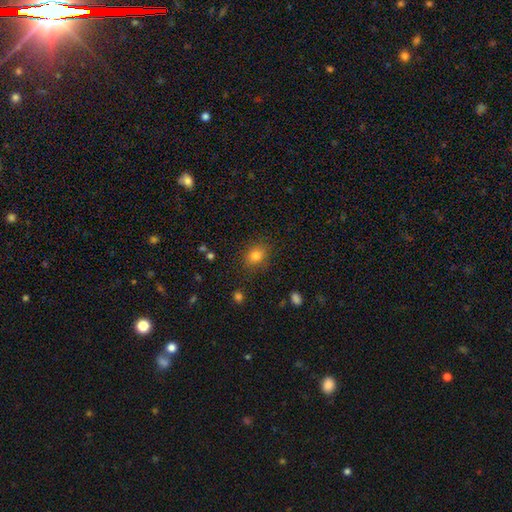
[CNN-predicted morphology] Smooth or featured?
  - smooth: 81% *
  - star or artifact: 12%
  - featured or disk: 7%
How rounded?
  - round: 54% *
  - in between: 45%
  - cigar-shaped: 1%
Merging?
  - none: 83% *
  - minor disturbance: 11%
  - major disturbance: 4%
  - merger: 2%